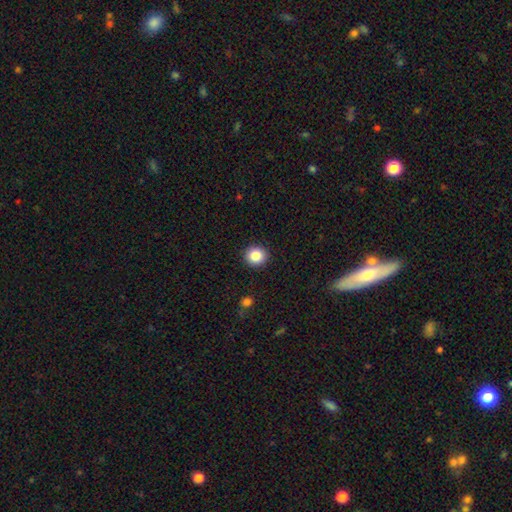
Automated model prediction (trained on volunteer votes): Overall: smooth (86%). How rounded: round (91%). Merging: none (92%).